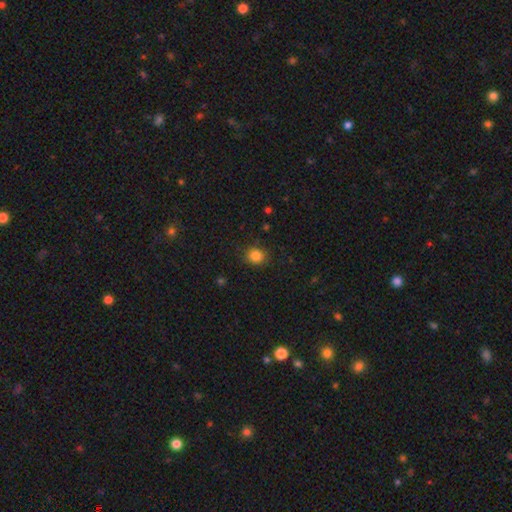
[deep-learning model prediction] Smooth or featured? smooth (85%)
How rounded? round (78%)
Merging? none (87%)